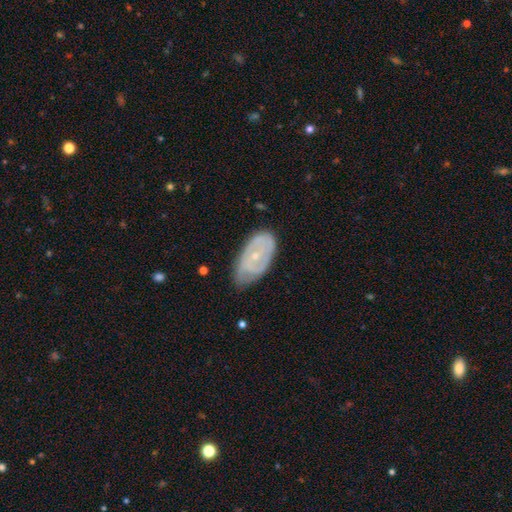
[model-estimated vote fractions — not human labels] Smooth or featured?
  - featured or disk: 68% *
  - smooth: 26%
  - star or artifact: 6%
Edge-on disk?
  - no: 93% *
  - yes: 7%
Bar?
  - no: 70% *
  - weak: 24%
  - strong: 6%
Spiral arms?
  - yes: 70% *
  - no: 30%
Bulge size?
  - small: 72% *
  - moderate: 24%
  - none: 2%
  - large: 1%
  - dominant: 1%
Merging?
  - none: 62% *
  - minor disturbance: 29%
  - major disturbance: 8%
  - merger: 2%